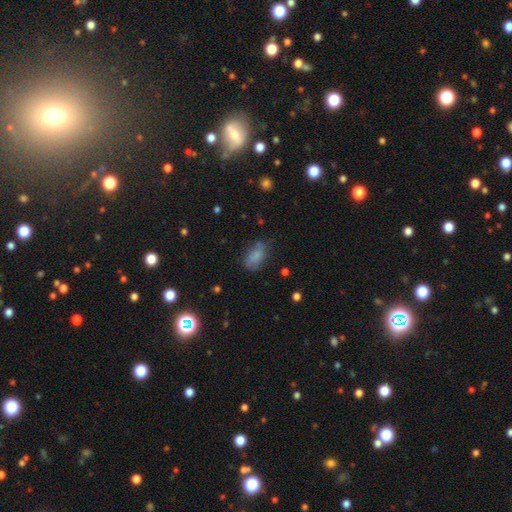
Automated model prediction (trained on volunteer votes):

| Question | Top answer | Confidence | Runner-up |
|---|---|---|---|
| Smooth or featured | smooth | 75% | featured or disk (14%) |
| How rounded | in between | 89% | round (6%) |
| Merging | none | 58% | minor disturbance (28%) |